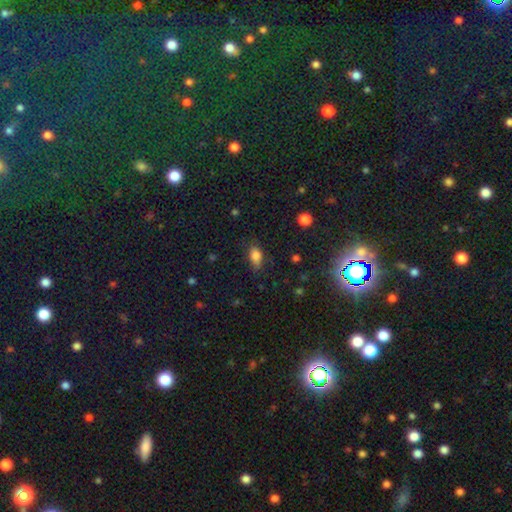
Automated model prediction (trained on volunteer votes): This appears to be a smooth galaxy with no disk features (78%) that is in between round and cigar-shaped (84%). Merging: none (71%).